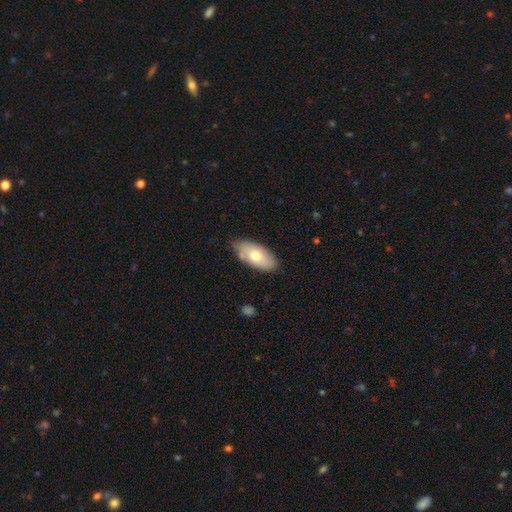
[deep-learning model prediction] smooth-or-featured: smooth: 68% | featured or disk: 26% | star or artifact: 6%
  how-rounded: in between: 91% | cigar-shaped: 6% | round: 3%
  merging: none: 77% | minor disturbance: 18% | major disturbance: 3% | merger: 2%